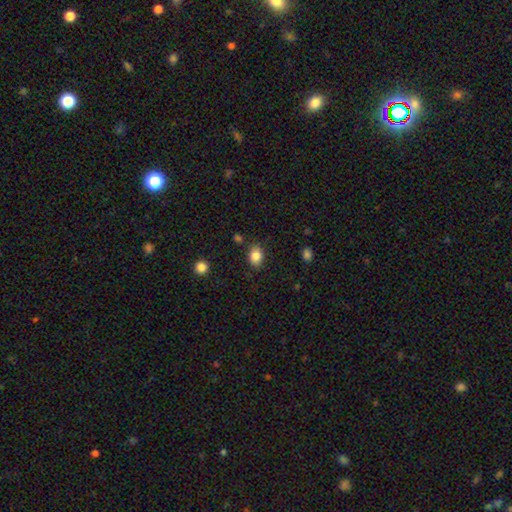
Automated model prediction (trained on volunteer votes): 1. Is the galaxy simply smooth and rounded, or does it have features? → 84% smooth, 9% star or artifact, 6% featured or disk.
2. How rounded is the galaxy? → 62% in between, 37% round, 1% cigar-shaped.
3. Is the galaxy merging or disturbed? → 81% none, 13% minor disturbance, 3% major disturbance, 3% merger.